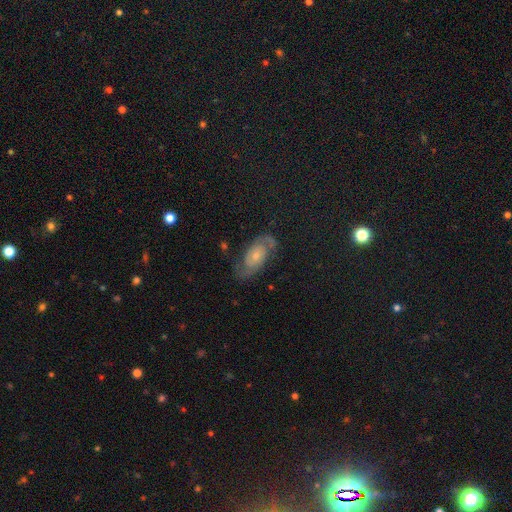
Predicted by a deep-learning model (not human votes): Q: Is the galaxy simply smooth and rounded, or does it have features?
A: featured or disk — 75%.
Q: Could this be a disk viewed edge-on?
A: no — 96%.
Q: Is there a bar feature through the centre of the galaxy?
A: no — 72%.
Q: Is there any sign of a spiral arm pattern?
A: yes — 93%.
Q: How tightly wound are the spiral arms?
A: medium — 46%.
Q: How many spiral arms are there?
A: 2 — 88%.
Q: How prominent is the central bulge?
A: small — 53%.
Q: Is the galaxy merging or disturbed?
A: none — 72%.